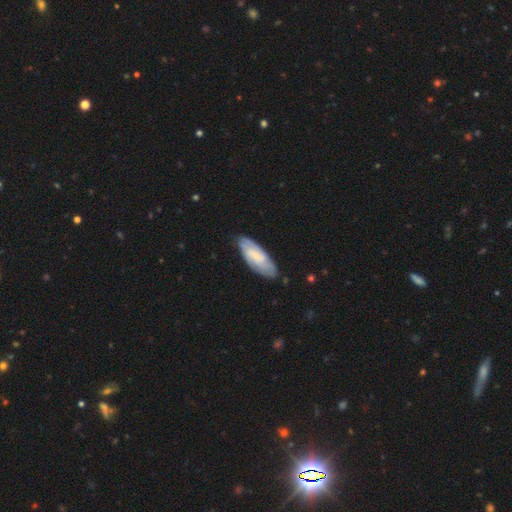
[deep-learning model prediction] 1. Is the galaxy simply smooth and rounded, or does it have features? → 50% smooth, 44% featured or disk, 6% star or artifact.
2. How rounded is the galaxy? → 70% in between, 29% cigar-shaped, 2% round.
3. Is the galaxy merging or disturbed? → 78% none, 17% minor disturbance, 3% major disturbance, 1% merger.